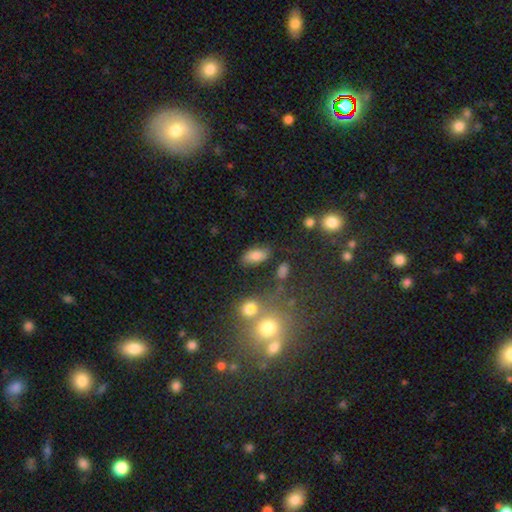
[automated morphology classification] Smooth or featured? Predicted: smooth (p=0.78). How rounded? Predicted: in between (p=0.87). Merging? Predicted: none (p=0.73).